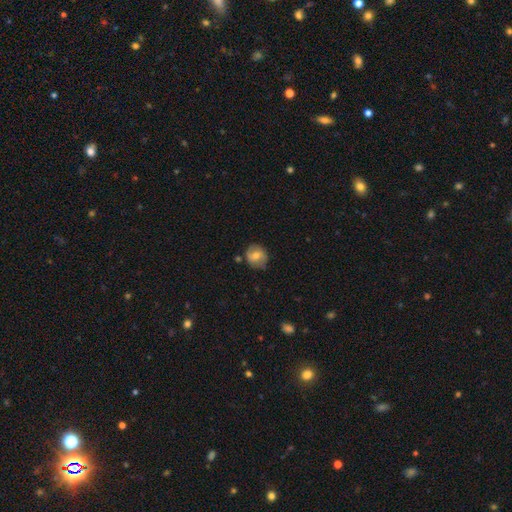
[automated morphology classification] Q: Smooth or featured?
A: smooth (63%); runner-up: featured or disk (30%)
Q: How rounded?
A: round (76%); runner-up: in between (23%)
Q: Merging?
A: none (73%); runner-up: minor disturbance (20%)